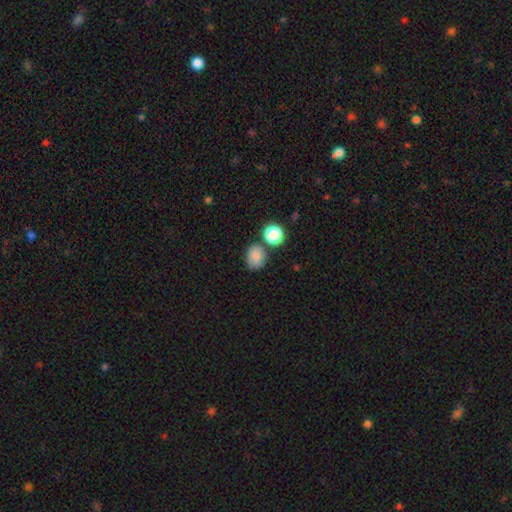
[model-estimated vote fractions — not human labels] smooth-or-featured: smooth: 83% | star or artifact: 11% | featured or disk: 6%
  how-rounded: round: 52% | in between: 47% | cigar-shaped: 1%
  merging: none: 68% | minor disturbance: 15% | merger: 13% | major disturbance: 4%